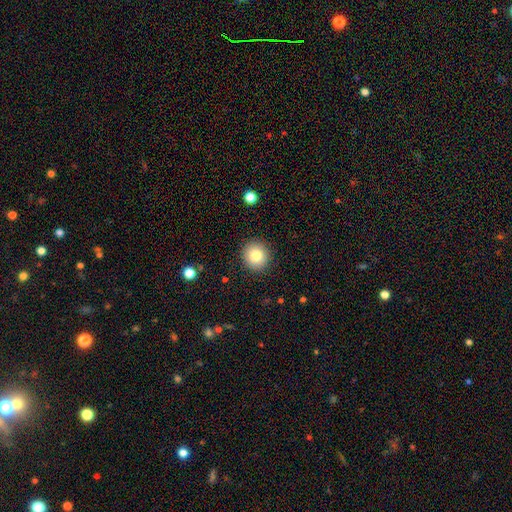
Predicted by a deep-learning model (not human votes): Q: Smooth or featured?
A: smooth (82%); runner-up: star or artifact (10%)
Q: How rounded?
A: round (92%); runner-up: in between (7%)
Q: Merging?
A: none (91%); runner-up: minor disturbance (6%)